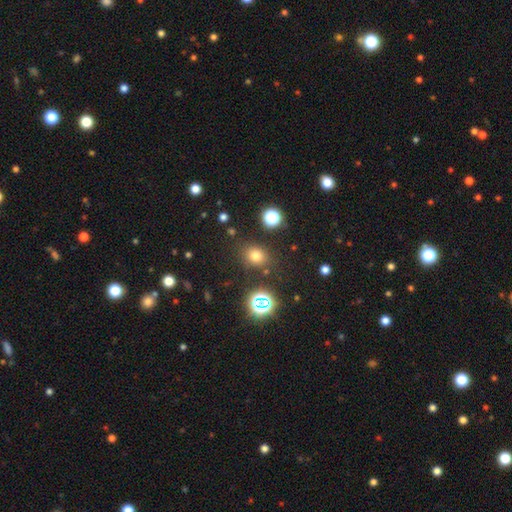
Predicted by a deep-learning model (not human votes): Morphology: type=smooth (70%); roundness=round (60%); merging=none (81%).